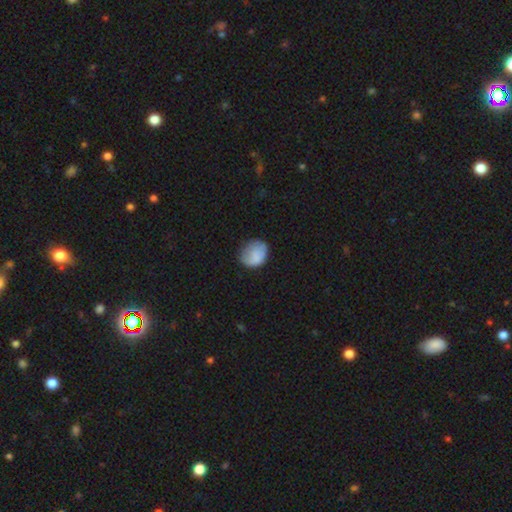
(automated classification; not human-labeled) Q: Smooth or featured?
A: smooth (80%); runner-up: featured or disk (12%)
Q: How rounded?
A: round (54%); runner-up: in between (45%)
Q: Merging?
A: none (58%); runner-up: minor disturbance (30%)